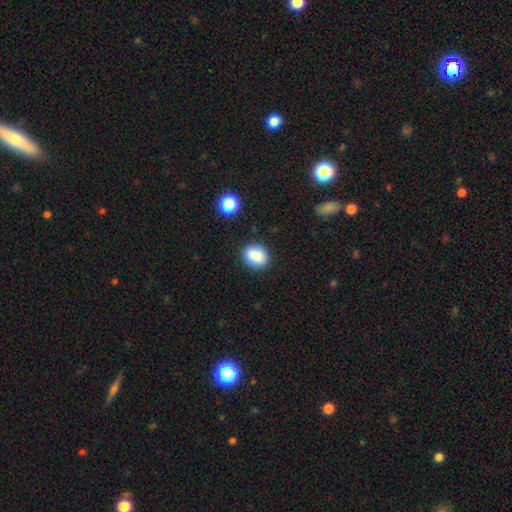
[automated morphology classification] Smooth or featured: smooth — 86% (star or artifact — 9%)
How rounded: round — 51% (in between — 48%)
Merging: none — 82% (minor disturbance — 12%)